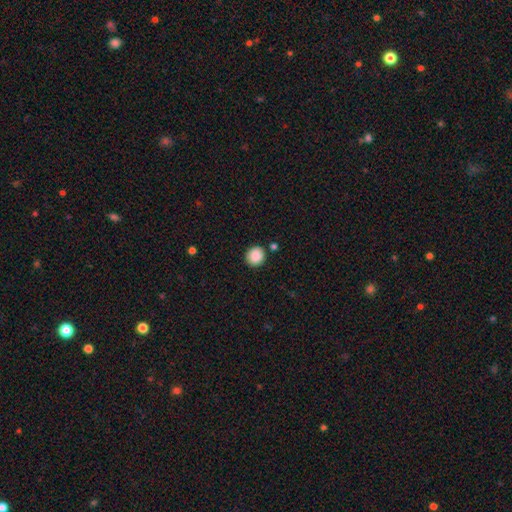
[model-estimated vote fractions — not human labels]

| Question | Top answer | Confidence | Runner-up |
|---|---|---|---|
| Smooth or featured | smooth | 89% | star or artifact (9%) |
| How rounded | round | 87% | in between (12%) |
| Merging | none | 85% | minor disturbance (9%) |